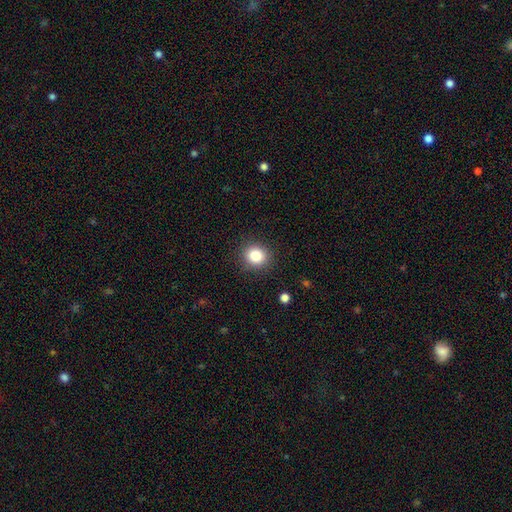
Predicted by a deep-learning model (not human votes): Morphology: type=smooth (84%); roundness=round (84%); merging=none (89%).